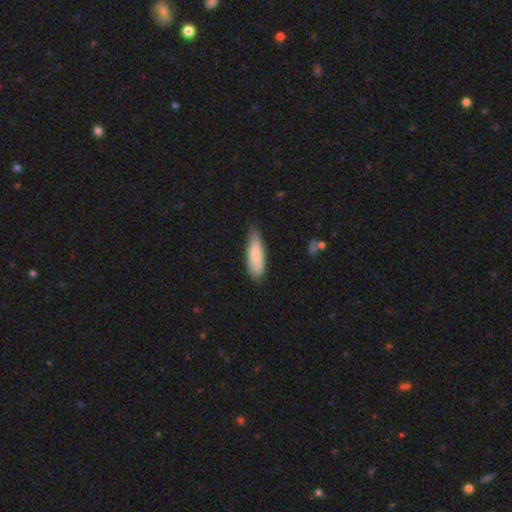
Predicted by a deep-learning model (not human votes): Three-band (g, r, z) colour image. It shows a smooth galaxy with no disk features (78%) that is in between round and cigar-shaped (50%). Merging: none (63%).